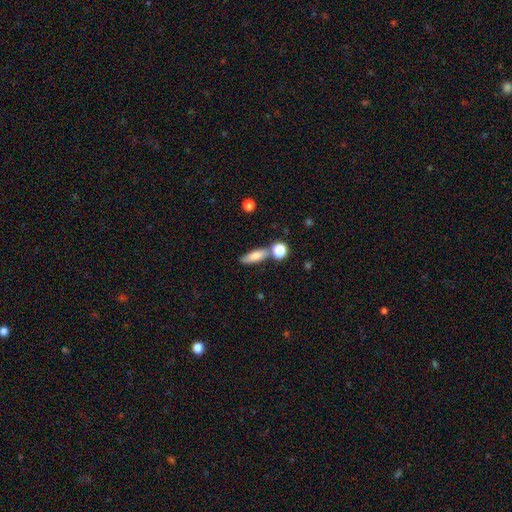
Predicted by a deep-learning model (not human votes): The model was most divided on "how rounded": in between: 54%, cigar-shaped: 39%, round: 6%. More confident: smooth or featured — smooth (78%); merging — none (66%).